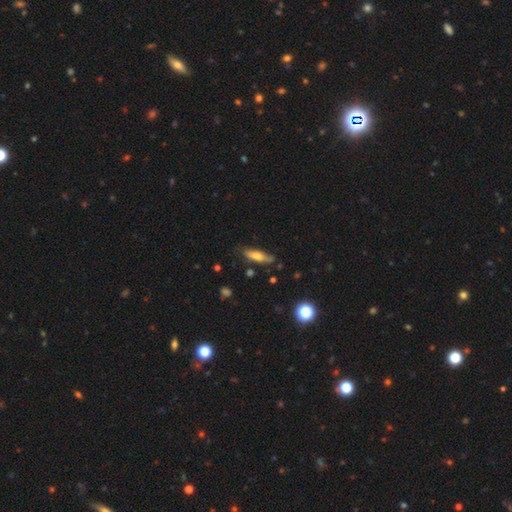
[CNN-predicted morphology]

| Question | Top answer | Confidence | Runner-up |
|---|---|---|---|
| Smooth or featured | smooth | 65% | featured or disk (27%) |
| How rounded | cigar-shaped | 57% | in between (41%) |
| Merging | none | 74% | minor disturbance (19%) |